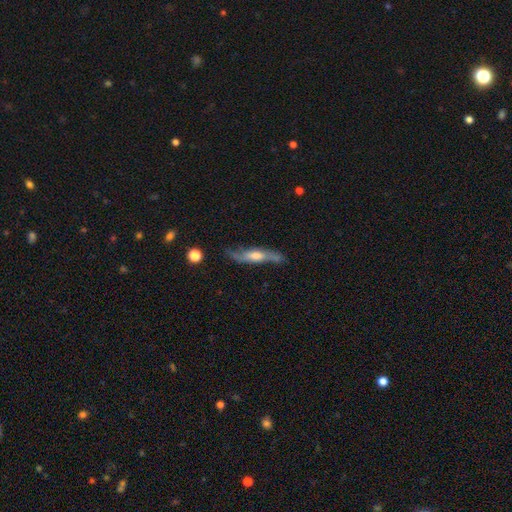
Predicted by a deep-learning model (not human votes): smooth_or_featured: featured or disk (p=0.74) [alt: smooth p=0.20]
disk_edge_on: yes (p=0.61) [alt: no p=0.39]
merging: none (p=0.69) [alt: minor disturbance p=0.21]